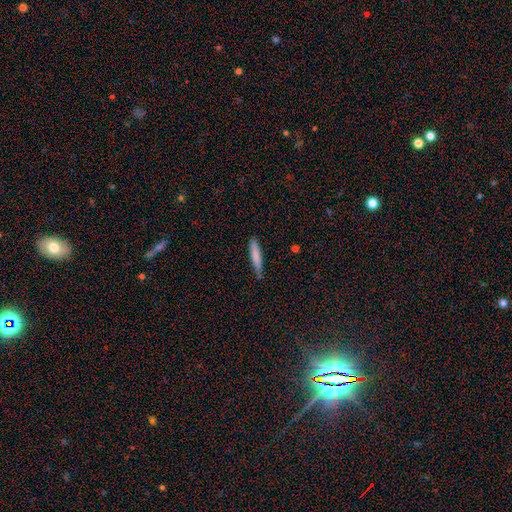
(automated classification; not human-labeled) smooth_or_featured: smooth (p=0.80) [alt: featured or disk p=0.14]
how_rounded: cigar-shaped (p=0.89) [alt: in between p=0.10]
merging: none (p=0.81) [alt: minor disturbance p=0.15]